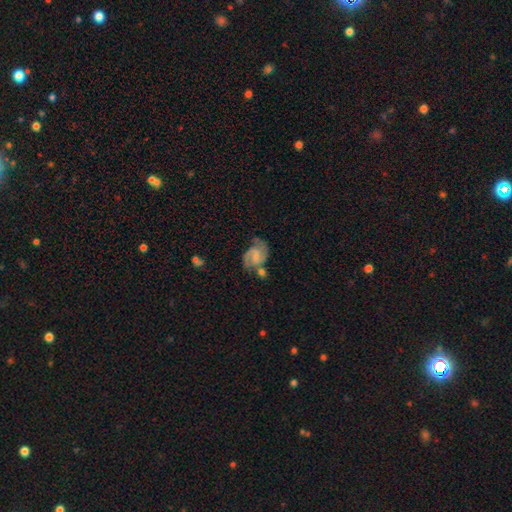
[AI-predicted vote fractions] smooth-or-featured: featured or disk: 78% | smooth: 16% | star or artifact: 7%
  disk-edge-on: no: 98% | yes: 2%
    bar: weak: 49% | no: 39% | strong: 12%
    has-spiral-arms: yes: 94% | no: 6%
      spiral-winding: medium: 51% | tight: 31% | loose: 18%
      spiral-arm-count: 2: 81% | can't tell: 7% | 3: 5% | 1: 4% | 4: 1% | more than 4: 1%
    bulge-size: small: 46% | none: 28% | moderate: 22% | large: 3% | dominant: 1%
  merging: none: 49% | minor disturbance: 21% | merger: 19% | major disturbance: 12%